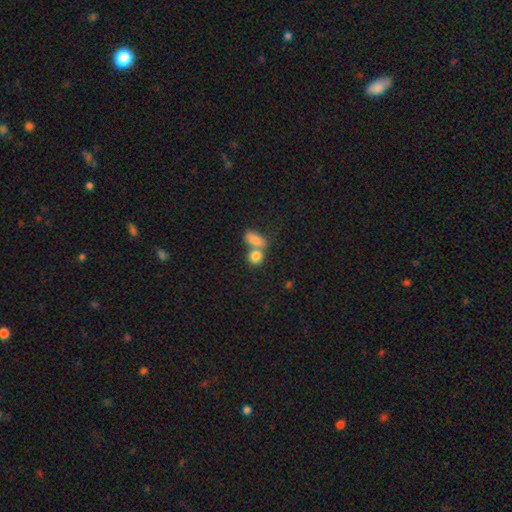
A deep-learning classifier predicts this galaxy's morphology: type=smooth (82%); roundness=round (52%); merging=merger (53%).